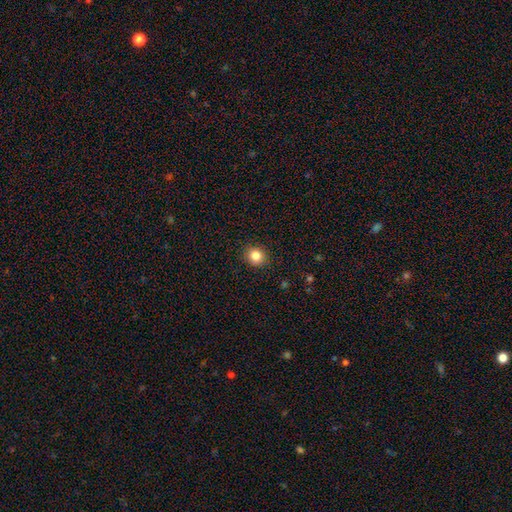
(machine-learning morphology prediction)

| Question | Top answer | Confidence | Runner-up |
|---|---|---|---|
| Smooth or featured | smooth | 84% | star or artifact (11%) |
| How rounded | round | 84% | in between (15%) |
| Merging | none | 91% | minor disturbance (6%) |